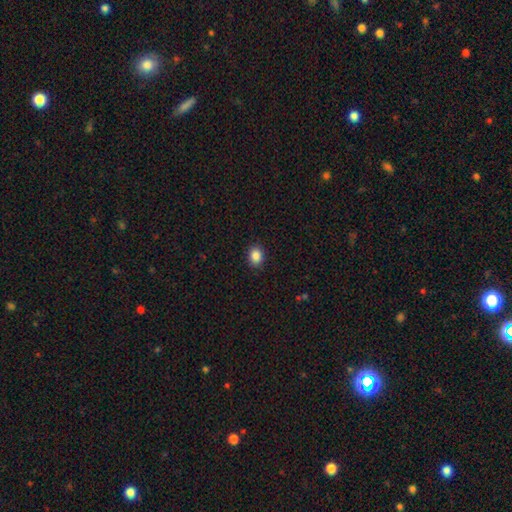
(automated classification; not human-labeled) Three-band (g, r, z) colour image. It shows a smooth galaxy with no disk features (87%) that is round (54%). Merging: none (90%).